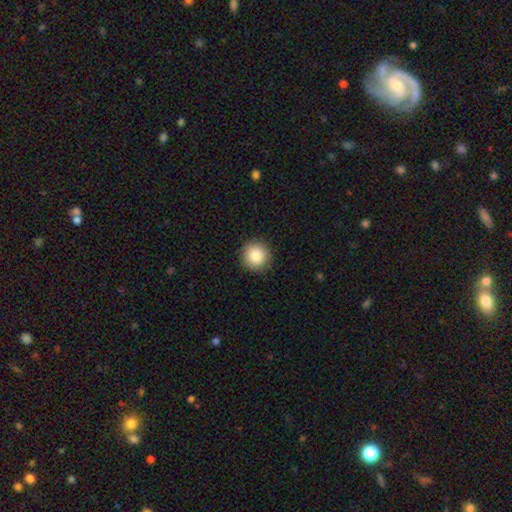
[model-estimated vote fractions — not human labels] This appears to be a smooth galaxy with no disk features (87%) that is round (92%). Merging: none (90%).